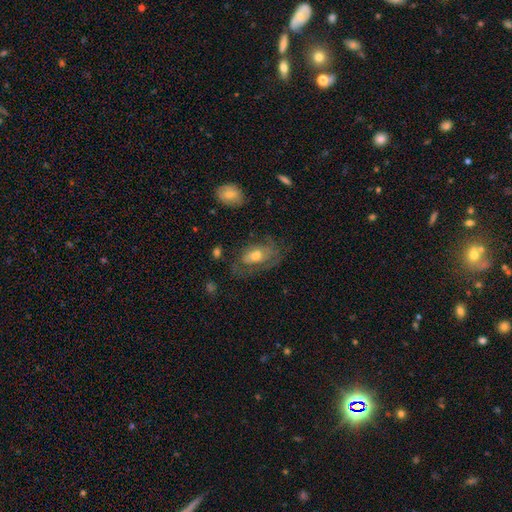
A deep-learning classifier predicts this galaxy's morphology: Smooth or featured?
  - featured or disk: 54% *
  - smooth: 37%
  - star or artifact: 9%
Edge-on disk?
  - no: 92% *
  - yes: 8%
Merging?
  - none: 50% *
  - major disturbance: 26%
  - minor disturbance: 22%
  - merger: 2%